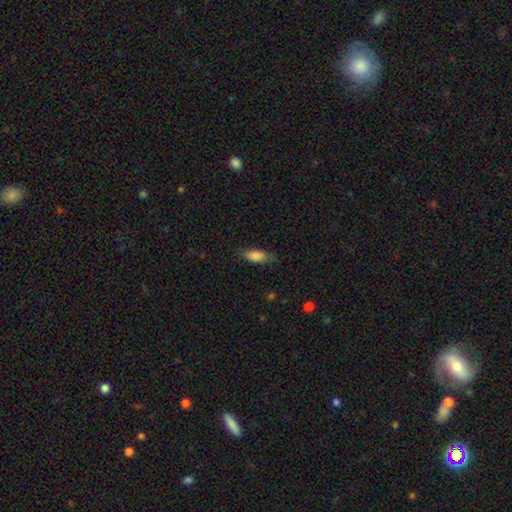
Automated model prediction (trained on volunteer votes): Smooth or featured? Predicted: smooth (p=0.85). How rounded? Predicted: in between (p=0.79). Merging? Predicted: none (p=0.72).